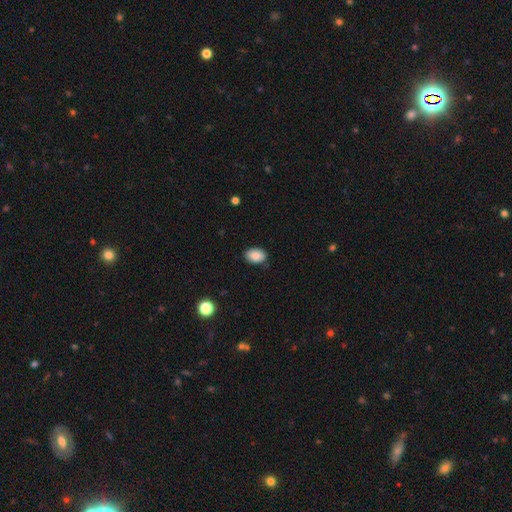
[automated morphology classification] Overall: smooth (87%). How rounded: in between (83%). Merging: none (84%).